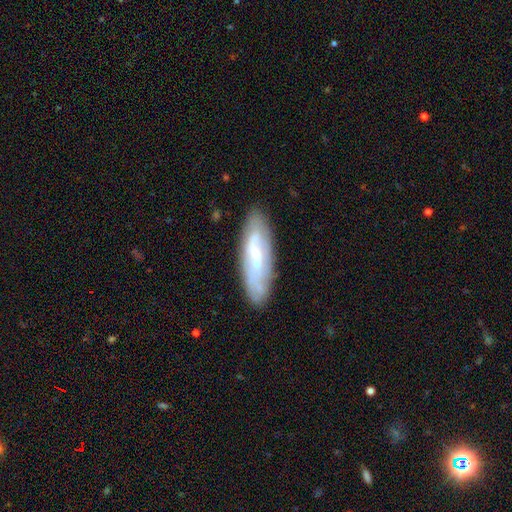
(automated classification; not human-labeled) Smooth or featured? Predicted: featured or disk (p=0.64). Edge-on disk? Predicted: no (p=0.75). Merging? Predicted: none (p=0.79).